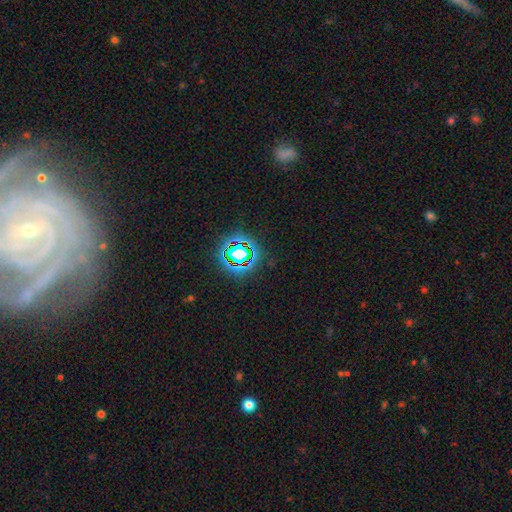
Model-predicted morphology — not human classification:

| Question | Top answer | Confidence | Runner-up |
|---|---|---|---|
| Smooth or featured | star or artifact | 57% | featured or disk (23%) |